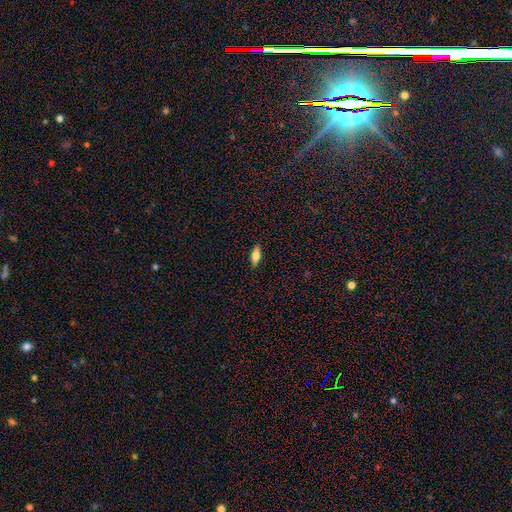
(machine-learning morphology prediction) The model was most divided on "smooth or featured": smooth: 60%, featured or disk: 32%, star or artifact: 8%. More confident: merging — none (89%); how rounded — in between (67%).